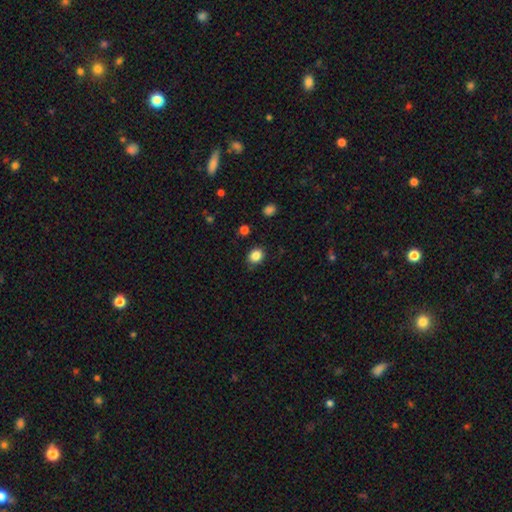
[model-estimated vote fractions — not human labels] Smooth or featured? Predicted: smooth (p=0.85). How rounded? Predicted: round (p=0.63). Merging? Predicted: none (p=0.82).